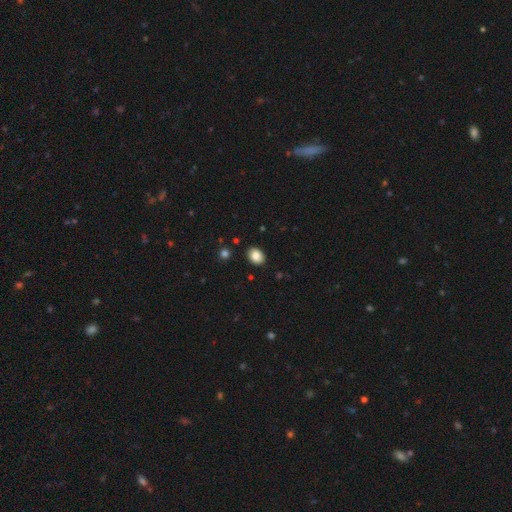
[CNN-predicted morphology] smooth-or-featured: smooth: 85% | star or artifact: 8% | featured or disk: 6%
  how-rounded: in between: 65% | round: 34% | cigar-shaped: 1%
  merging: none: 90% | minor disturbance: 7% | major disturbance: 2% | merger: 1%